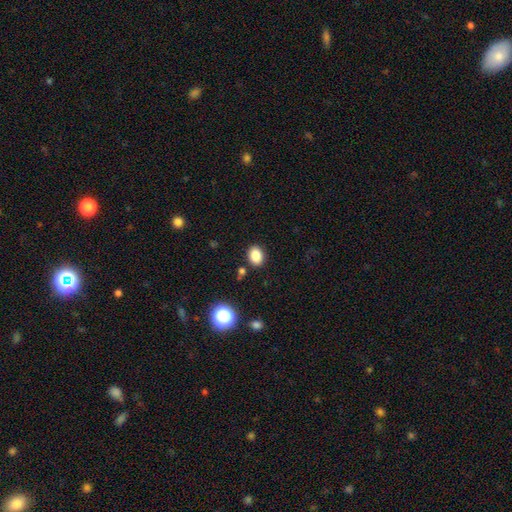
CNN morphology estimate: Overall: smooth (85%). How rounded: in between (62%; round 37%). Merging: none (86%).